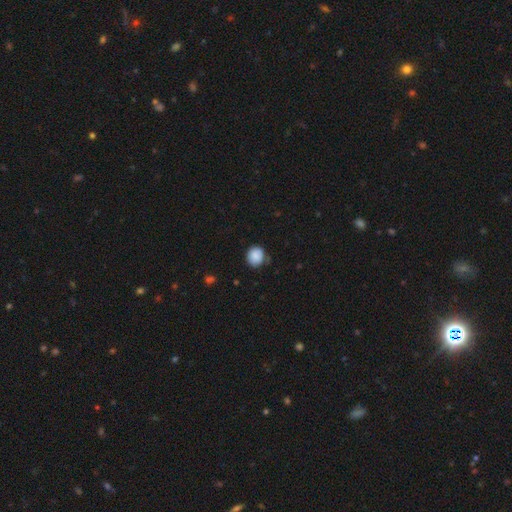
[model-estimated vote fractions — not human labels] Overall: smooth (87%). How rounded: round (80%). Merging: none (78%).